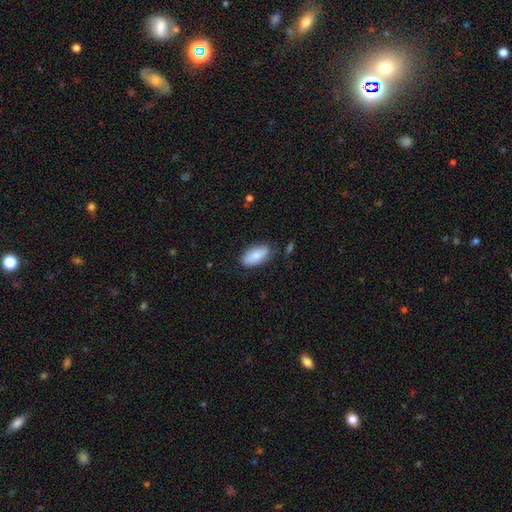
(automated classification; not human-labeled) smooth_or_featured: smooth (p=0.77) [alt: featured or disk p=0.17]
how_rounded: in between (p=0.91) [alt: cigar-shaped p=0.06]
merging: none (p=0.75) [alt: minor disturbance p=0.19]